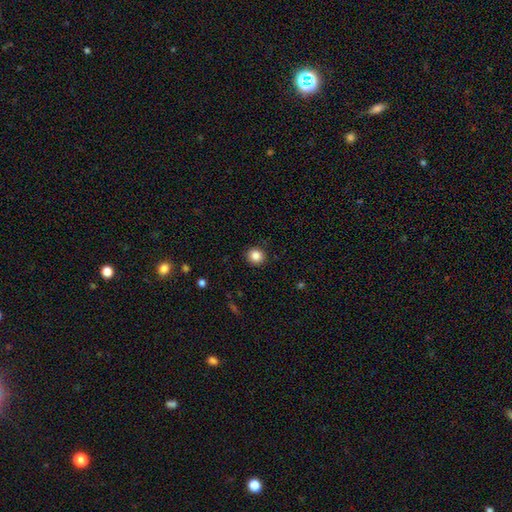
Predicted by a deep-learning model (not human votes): Smooth or featured: smooth — 85% (star or artifact — 10%)
How rounded: round — 89% (in between — 10%)
Merging: none — 92% (minor disturbance — 6%)